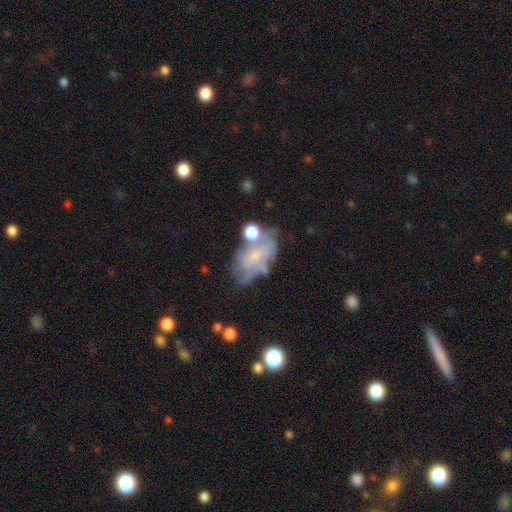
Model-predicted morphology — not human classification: smooth_or_featured: featured or disk (p=0.54) [alt: smooth p=0.36]
disk_edge_on: no (p=0.95) [alt: yes p=0.05]
bar: no (p=0.80) [alt: weak p=0.17]
has_spiral_arms: no (p=0.52) [alt: yes p=0.48]
bulge_size: small (p=0.66) [alt: moderate p=0.23]
merging: none (p=0.37) [alt: minor disturbance p=0.26]